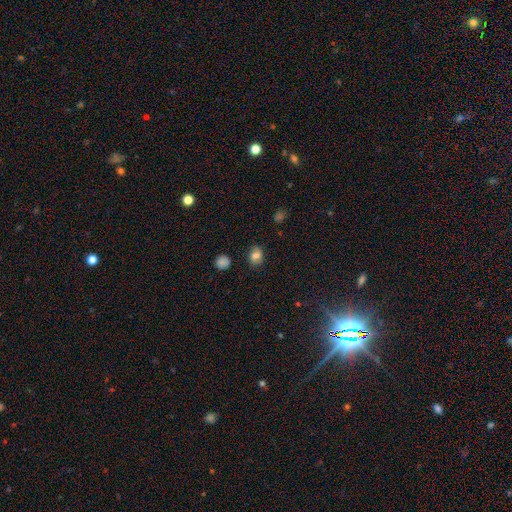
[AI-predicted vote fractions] Morphology: type=smooth (76%); roundness=in between (56%); merging=none (80%).